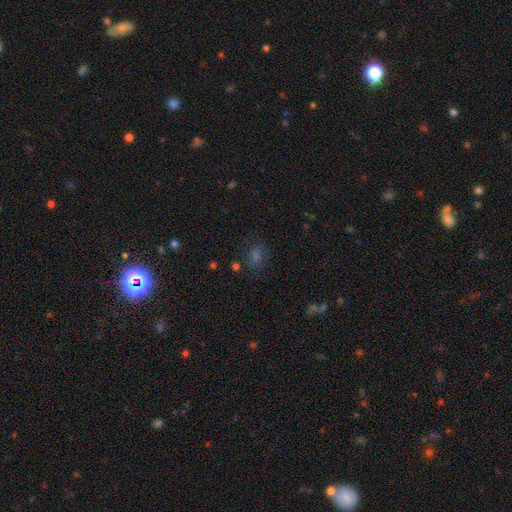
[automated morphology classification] This is marginally a smooth galaxy (44%). Merging: likely none (75%).